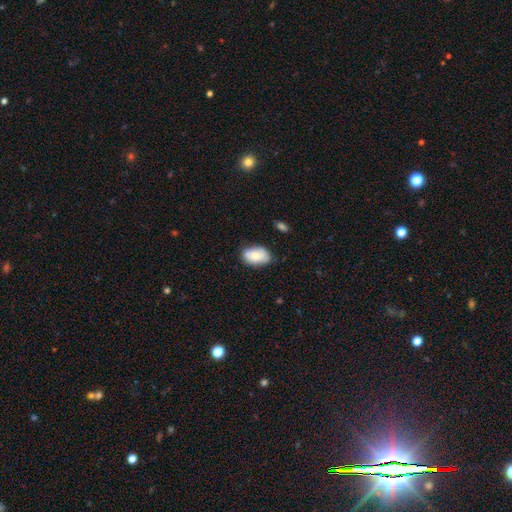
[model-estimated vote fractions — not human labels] Smooth or featured?
  - smooth: 76% *
  - featured or disk: 17%
  - star or artifact: 7%
How rounded?
  - in between: 90% *
  - round: 9%
  - cigar-shaped: 1%
Merging?
  - none: 70% *
  - minor disturbance: 24%
  - major disturbance: 4%
  - merger: 2%